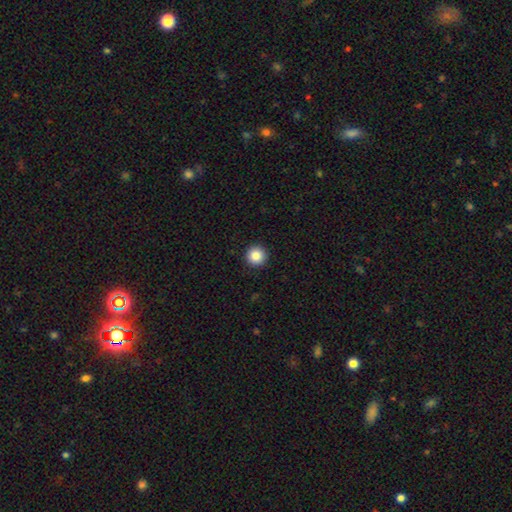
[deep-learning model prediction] smooth_or_featured: smooth (p=0.87) [alt: star or artifact p=0.09]
how_rounded: round (p=0.96) [alt: in between p=0.03]
merging: none (p=0.93) [alt: minor disturbance p=0.04]